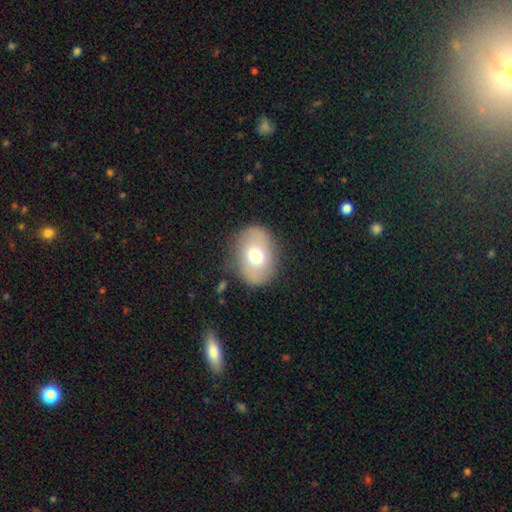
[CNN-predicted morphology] The model was most divided on "smooth or featured": smooth: 63%, featured or disk: 29%, star or artifact: 8%. More confident: merging — none (79%); how rounded — in between (69%).